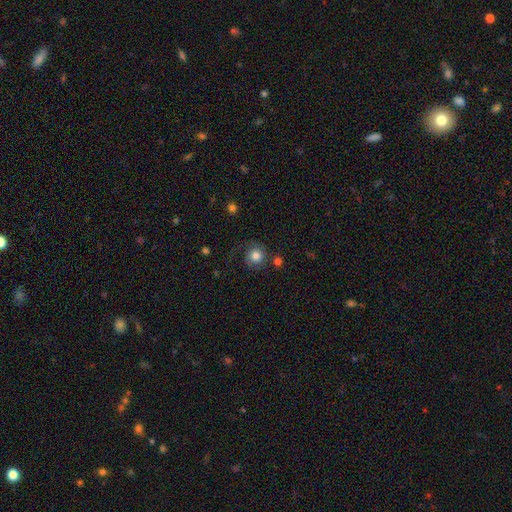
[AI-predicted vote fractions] Q: Smooth or featured?
A: smooth (75%); runner-up: featured or disk (16%)
Q: How rounded?
A: round (90%); runner-up: in between (9%)
Q: Merging?
A: none (67%); runner-up: minor disturbance (17%)